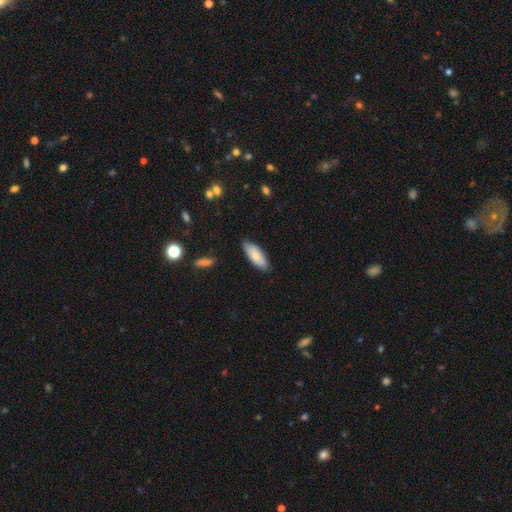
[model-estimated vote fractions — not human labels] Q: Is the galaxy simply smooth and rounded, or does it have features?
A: smooth — 74%.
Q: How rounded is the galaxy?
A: in between — 77%.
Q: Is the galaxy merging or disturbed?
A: none — 81%.